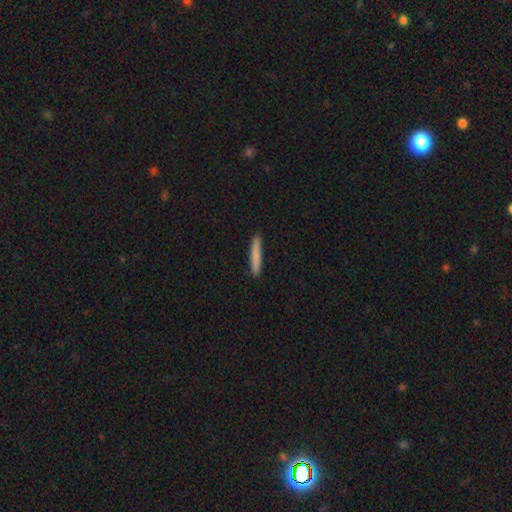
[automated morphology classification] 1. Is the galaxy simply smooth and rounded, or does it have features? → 81% smooth, 13% featured or disk, 6% star or artifact.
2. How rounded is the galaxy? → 96% cigar-shaped, 3% in between, 1% round.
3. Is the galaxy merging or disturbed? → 91% none, 6% minor disturbance, 1% major disturbance, 1% merger.